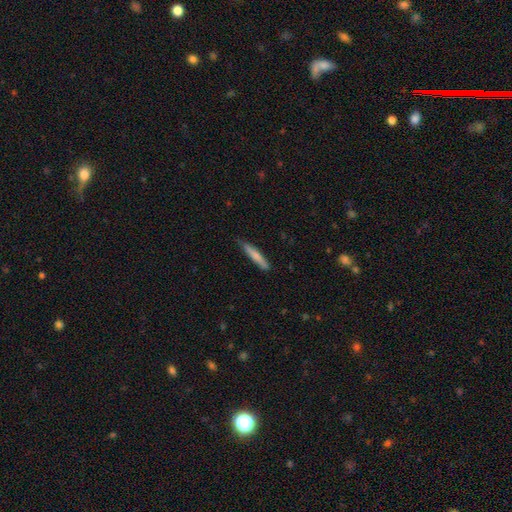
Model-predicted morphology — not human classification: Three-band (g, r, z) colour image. It shows a smooth galaxy with no disk features (74%) that is cigar-shaped (93%). Merging: none (77%).